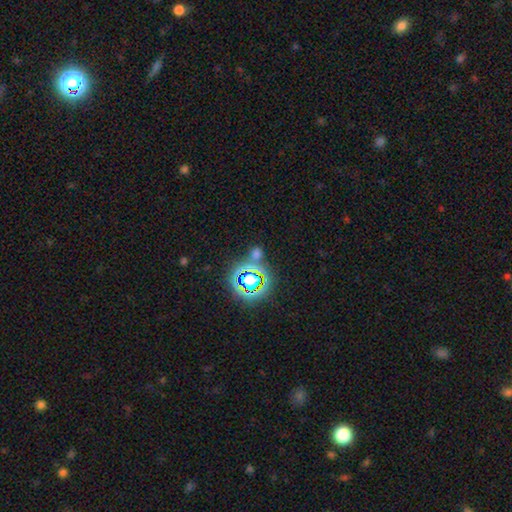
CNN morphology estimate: smooth_or_featured: star or artifact (p=0.56) [alt: smooth p=0.36]